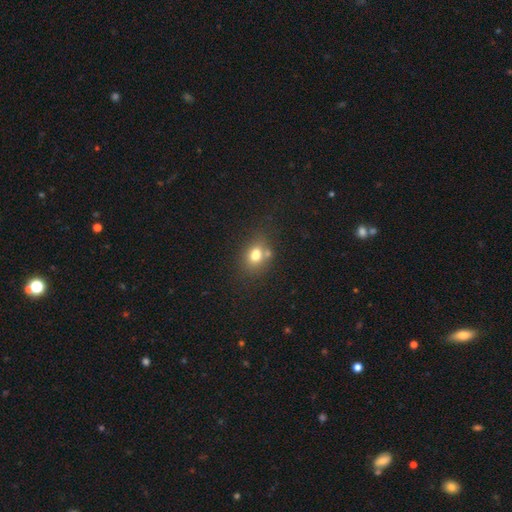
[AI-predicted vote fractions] This appears to be a smooth galaxy with no disk features (74%) that is in between round and cigar-shaped (54%). Merging: none (53%).